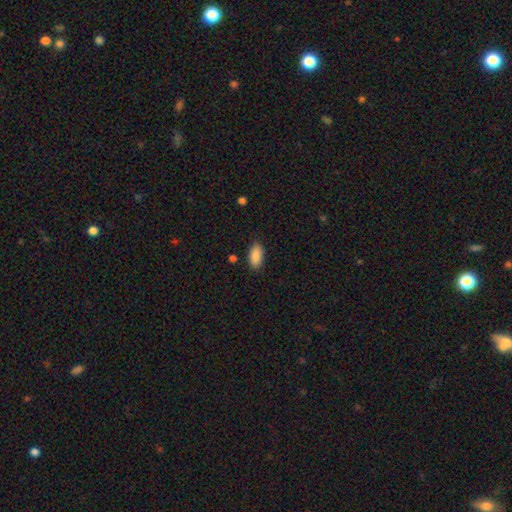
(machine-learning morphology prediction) Smooth or featured? smooth (89%)
How rounded? in between (93%)
Merging? none (86%)